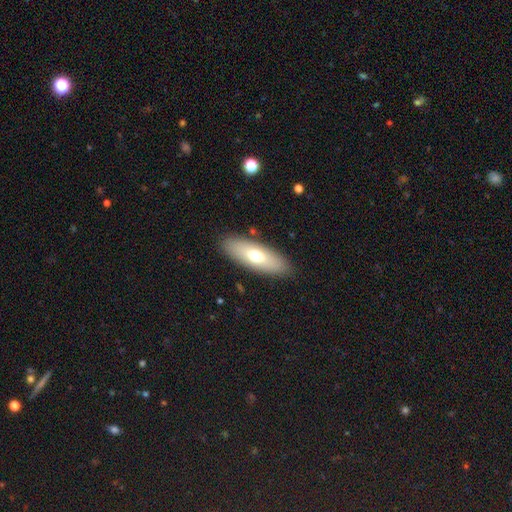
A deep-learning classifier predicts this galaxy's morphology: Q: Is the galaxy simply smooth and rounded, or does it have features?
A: smooth — 65%.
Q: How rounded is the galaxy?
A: in between — 64%.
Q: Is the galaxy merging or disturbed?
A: none — 87%.